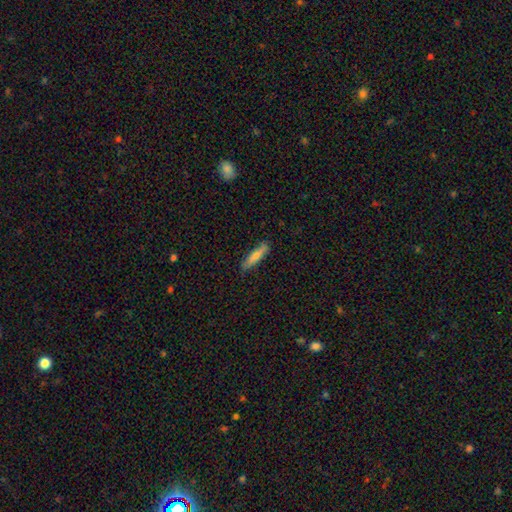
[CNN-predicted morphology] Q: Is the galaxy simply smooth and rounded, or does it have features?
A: smooth — 62%.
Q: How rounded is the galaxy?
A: cigar-shaped — 84%.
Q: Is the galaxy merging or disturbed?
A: none — 85%.